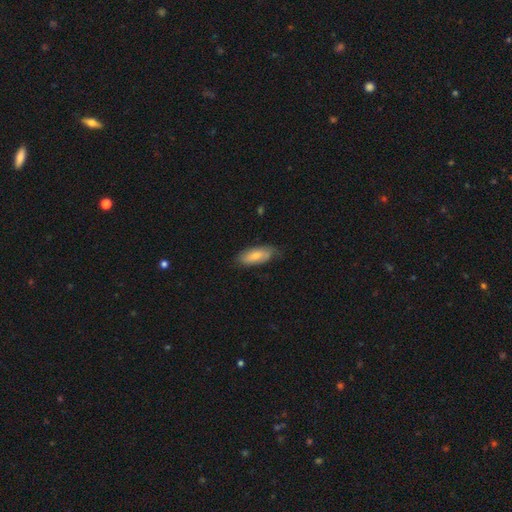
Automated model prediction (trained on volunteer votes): Smooth or featured? Predicted: smooth (p=0.71). How rounded? Predicted: in between (p=0.82). Merging? Predicted: none (p=0.69).